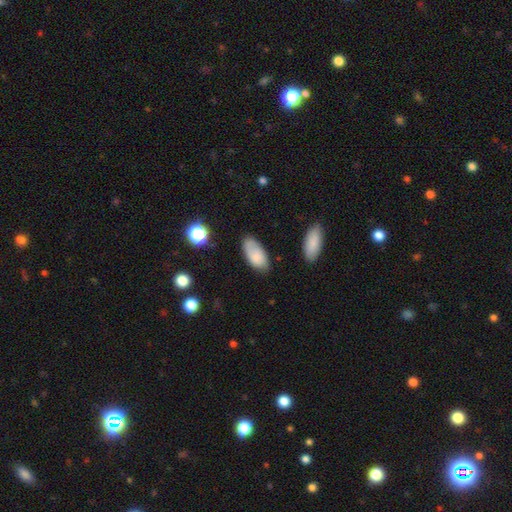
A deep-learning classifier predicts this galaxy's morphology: Overall: smooth (78%). How rounded: in between (94%). Merging: none (71%).